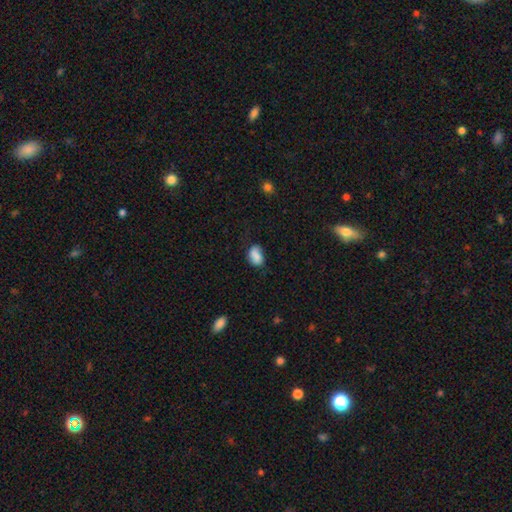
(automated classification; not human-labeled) smooth-or-featured: smooth: 80% | featured or disk: 11% | star or artifact: 8%
  how-rounded: in between: 83% | round: 16% | cigar-shaped: 1%
  merging: none: 55% | minor disturbance: 32% | major disturbance: 9% | merger: 4%